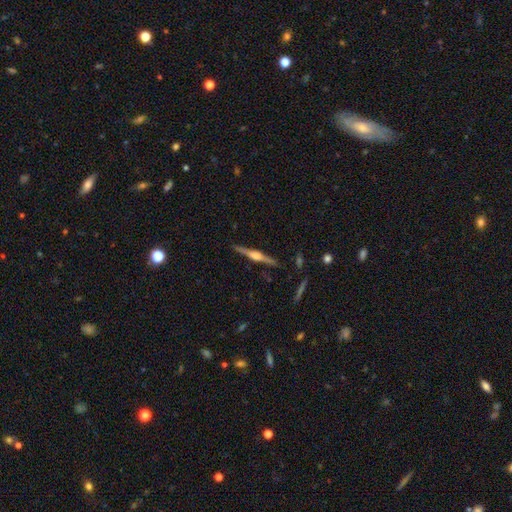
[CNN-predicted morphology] Q: Smooth or featured?
A: featured or disk (83%); runner-up: smooth (12%)
Q: Edge-on disk?
A: yes (98%); runner-up: no (2%)
Q: Edge-on bulge?
A: rounded (85%); runner-up: boxy (12%)
Q: Merging?
A: none (90%); runner-up: minor disturbance (7%)